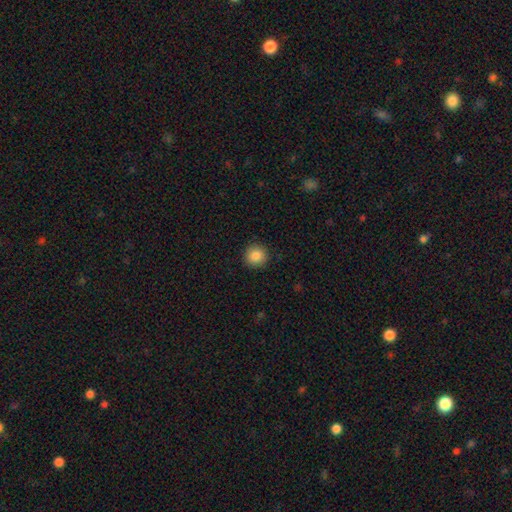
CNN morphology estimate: Smooth or featured: smooth — 86% (star or artifact — 9%)
How rounded: round — 93% (in between — 6%)
Merging: none — 92% (minor disturbance — 6%)